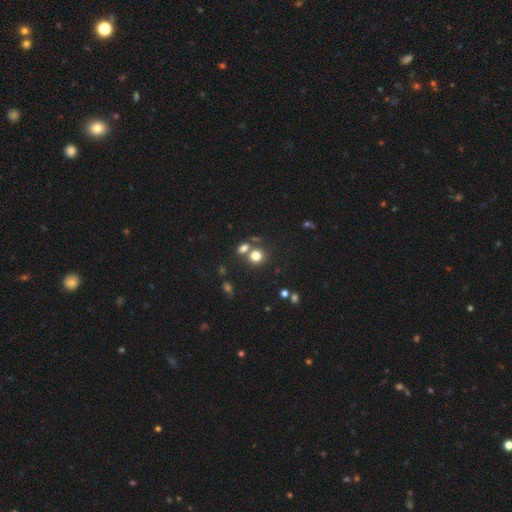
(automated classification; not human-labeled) This is likely a smooth galaxy (75%). How rounded: clearly round (82%). Merging: likely none (62%).